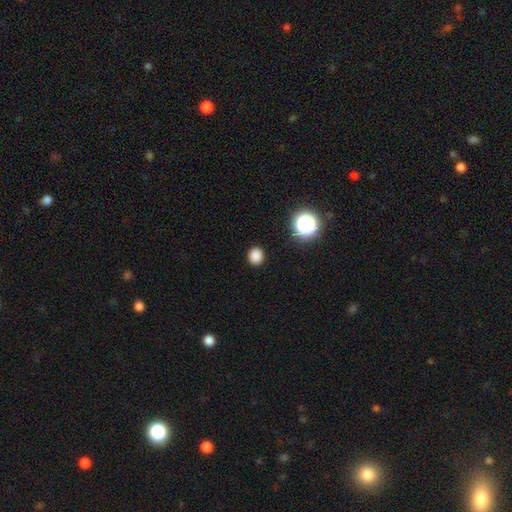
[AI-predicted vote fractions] Smooth or featured? Predicted: smooth (p=0.83). How rounded? Predicted: round (p=0.76). Merging? Predicted: none (p=0.91).